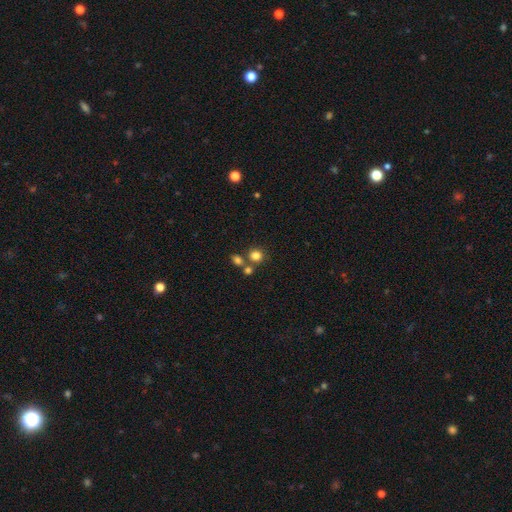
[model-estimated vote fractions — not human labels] Smooth or featured? smooth (80%)
How rounded? round (84%)
Merging? none (61%)